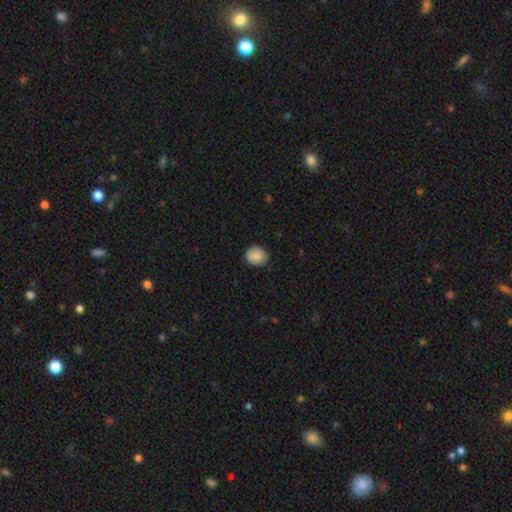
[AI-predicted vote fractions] Q: Smooth or featured?
A: smooth (87%); runner-up: star or artifact (8%)
Q: How rounded?
A: round (79%); runner-up: in between (20%)
Q: Merging?
A: none (85%); runner-up: minor disturbance (12%)